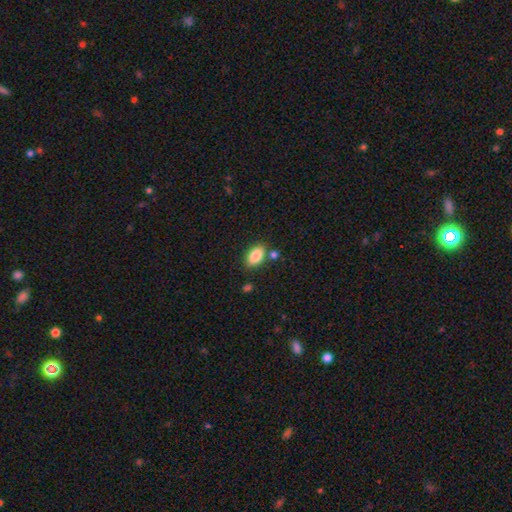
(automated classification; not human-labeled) Smooth or featured?
  - smooth: 87% *
  - star or artifact: 7%
  - featured or disk: 5%
How rounded?
  - in between: 91% *
  - round: 5%
  - cigar-shaped: 3%
Merging?
  - none: 77% *
  - minor disturbance: 12%
  - merger: 7%
  - major disturbance: 3%